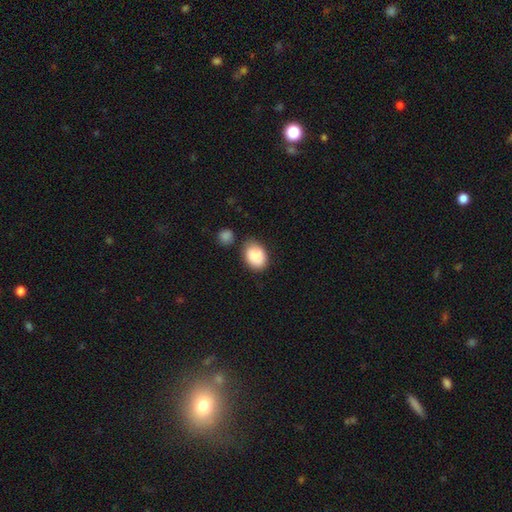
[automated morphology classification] smooth-or-featured: smooth: 86% | featured or disk: 7% | star or artifact: 7%
  how-rounded: in between: 76% | round: 23% | cigar-shaped: 1%
  merging: none: 63% | minor disturbance: 22% | merger: 10% | major disturbance: 5%